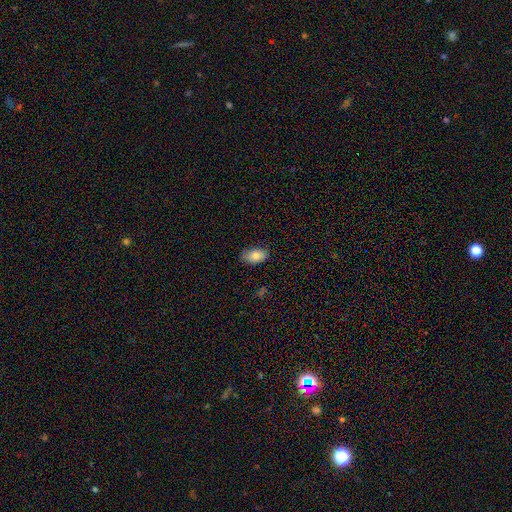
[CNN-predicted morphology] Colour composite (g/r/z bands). It shows a smooth galaxy with no disk features (83%) that is in between round and cigar-shaped (92%). Merging: none (82%).